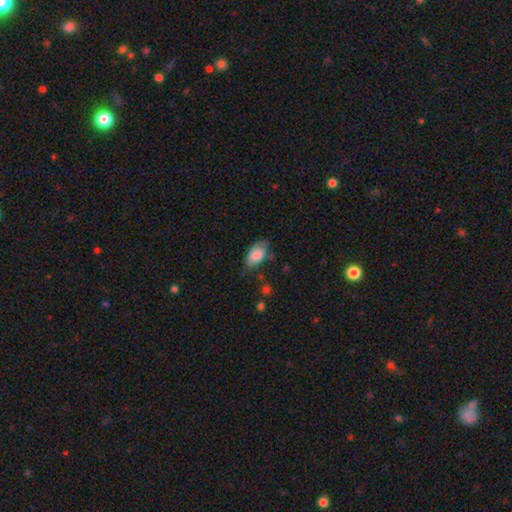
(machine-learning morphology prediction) This appears to be a smooth galaxy with no disk features (83%) that is in between round and cigar-shaped (93%). Merging: none (62%).